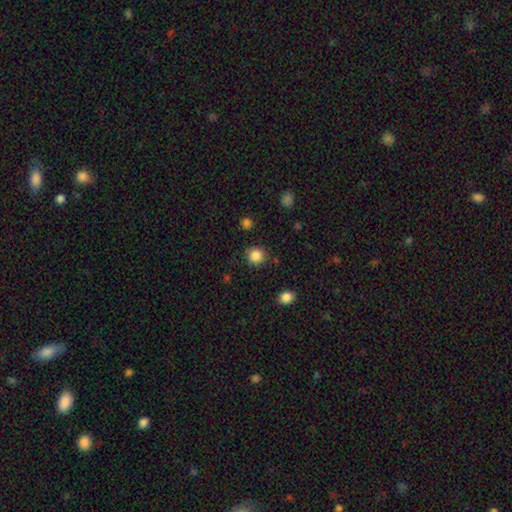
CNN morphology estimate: Overall: smooth (86%). How rounded: round (93%). Merging: none (88%).